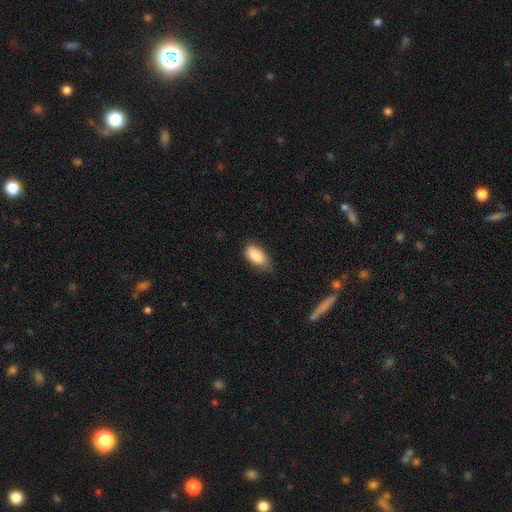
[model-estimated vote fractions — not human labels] smooth 86%, featured or disk 7%, star or artifact 7%. Down the decision tree: how rounded — in between (92%); merging — none (63%).